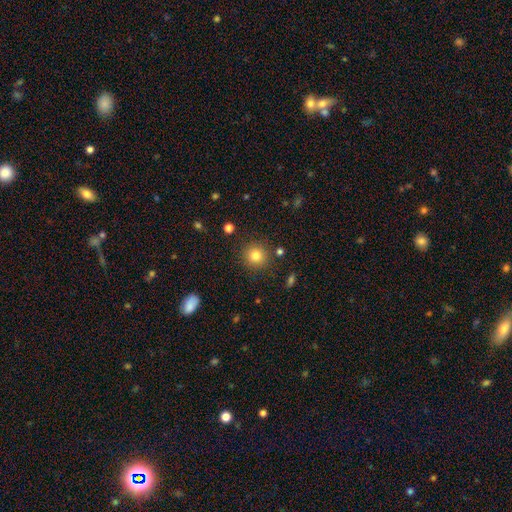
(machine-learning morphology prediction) Overall: smooth (81%). How rounded: round (93%). Merging: none (88%).